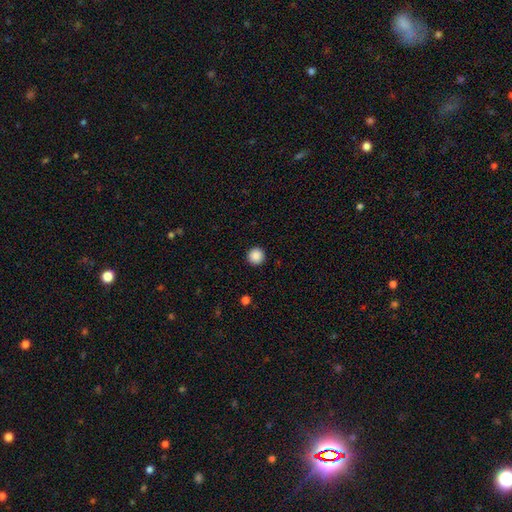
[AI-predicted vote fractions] The model was most divided on "smooth or featured": smooth: 88%, star or artifact: 9%, featured or disk: 2%. More confident: how rounded — round (96%); merging — none (93%).